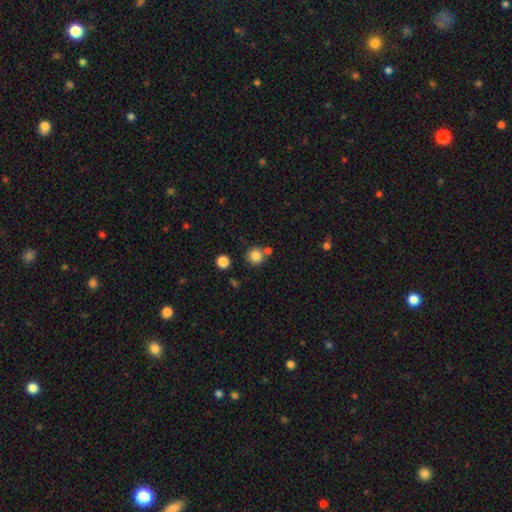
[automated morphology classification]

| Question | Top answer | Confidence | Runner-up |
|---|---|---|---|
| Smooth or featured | smooth | 83% | star or artifact (11%) |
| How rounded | round | 90% | in between (9%) |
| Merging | none | 70% | merger (17%) |